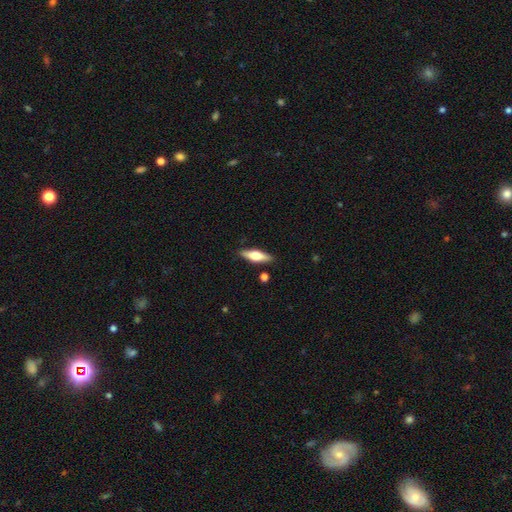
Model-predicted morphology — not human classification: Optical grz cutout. It shows a smooth galaxy with no disk features (50%) that is cigar-shaped (53%). Merging: none (87%).